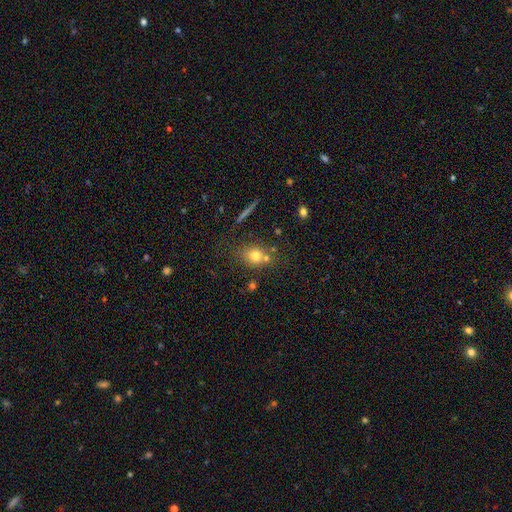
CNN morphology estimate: smooth_or_featured: smooth (p=0.72) [alt: star or artifact p=0.14]
how_rounded: round (p=0.58) [alt: in between p=0.39]
merging: none (p=0.61) [alt: merger p=0.19]